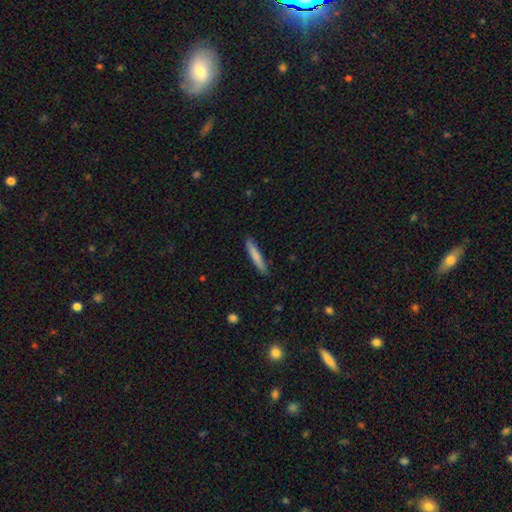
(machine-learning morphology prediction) Smooth or featured? Predicted: smooth (p=0.76). How rounded? Predicted: cigar-shaped (p=0.94). Merging? Predicted: none (p=0.85).